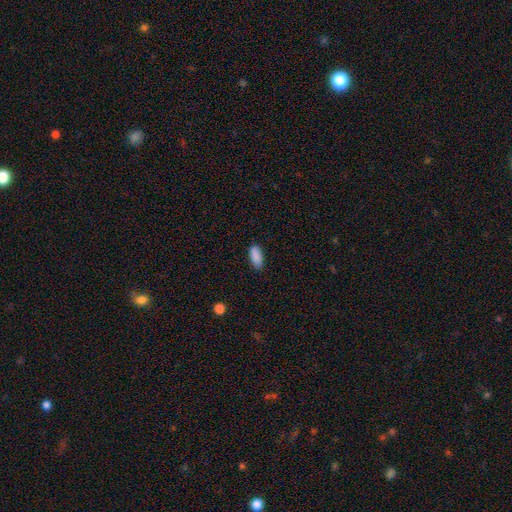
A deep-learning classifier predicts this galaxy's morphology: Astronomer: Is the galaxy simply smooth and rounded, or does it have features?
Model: smooth — 90%.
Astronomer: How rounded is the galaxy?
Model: in between — 84%.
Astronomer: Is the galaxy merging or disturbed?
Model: none — 85%.